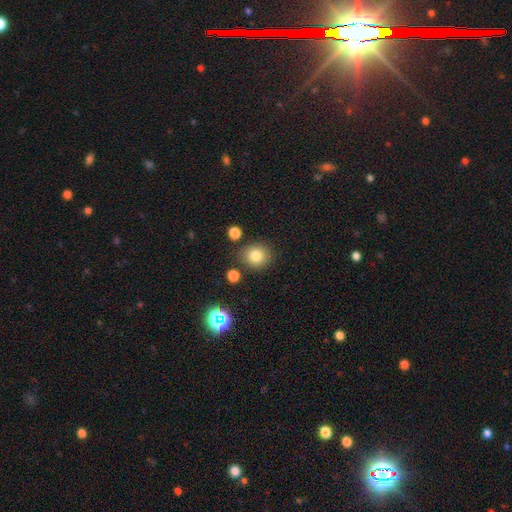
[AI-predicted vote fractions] Smooth or featured: smooth — 81% (star or artifact — 12%)
How rounded: round — 80% (in between — 19%)
Merging: none — 81% (minor disturbance — 11%)